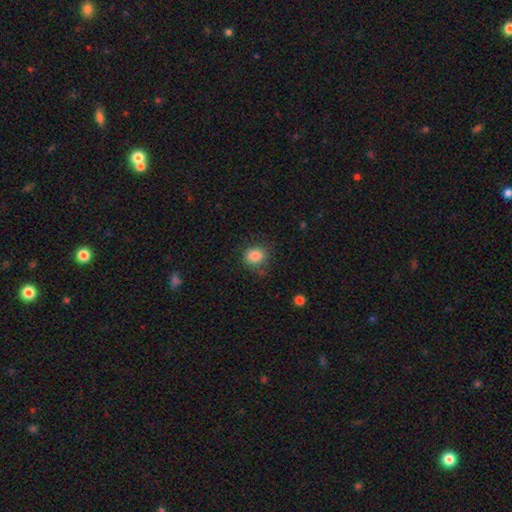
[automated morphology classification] type=smooth (85%); roundness=round (64%); merging=none (72%).